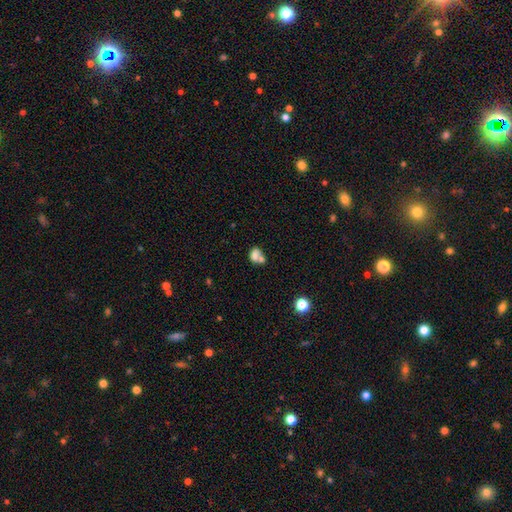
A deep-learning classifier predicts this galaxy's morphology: smooth_or_featured: smooth (p=0.72) [alt: featured or disk p=0.18]
how_rounded: in between (p=0.60) [alt: round p=0.38]
merging: merger (p=0.58) [alt: none p=0.25]